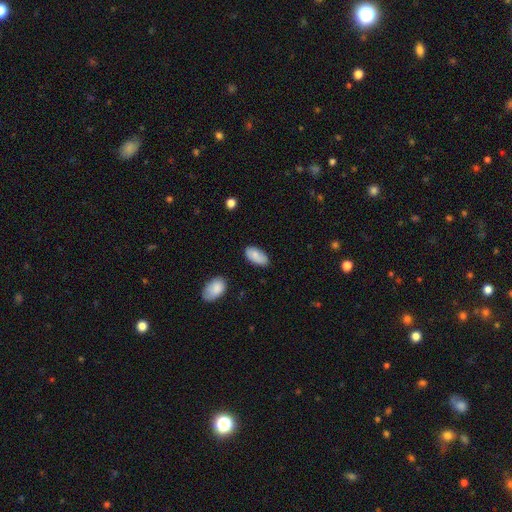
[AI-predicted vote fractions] Smooth or featured: smooth — 85% (featured or disk — 9%)
How rounded: in between — 94% (cigar-shaped — 4%)
Merging: none — 80% (minor disturbance — 16%)